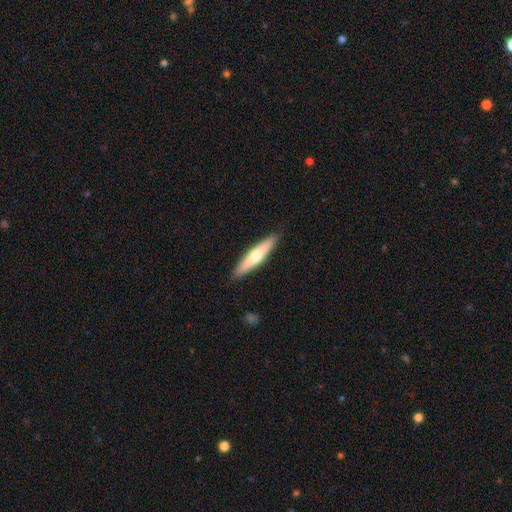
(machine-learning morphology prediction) Smooth or featured? smooth (53%)
How rounded? cigar-shaped (86%)
Merging? none (90%)